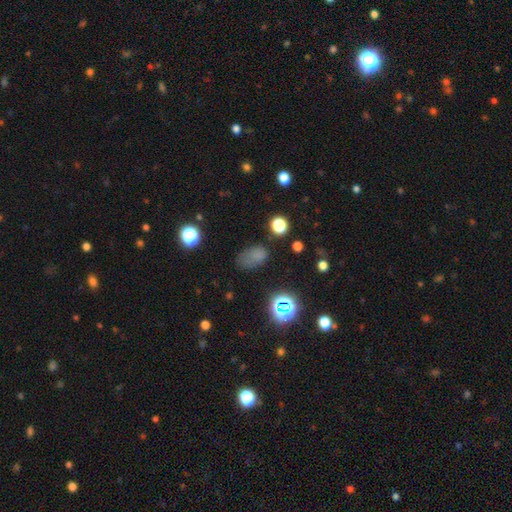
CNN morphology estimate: smooth 69%, star or artifact 22%, featured or disk 9%. Down the decision tree: how rounded — in between (85%); merging — none (56%).